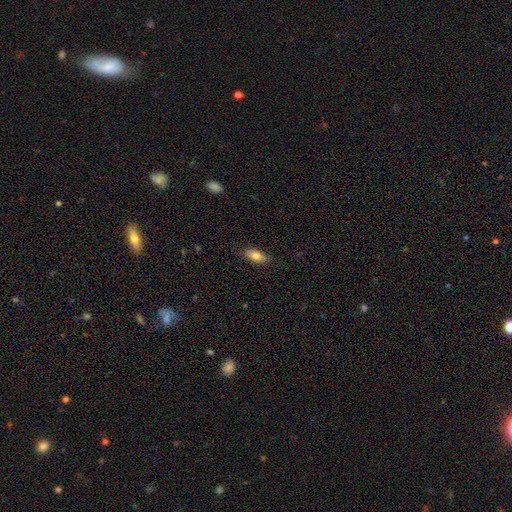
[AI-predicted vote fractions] Smooth or featured: smooth — 81% (featured or disk — 12%)
How rounded: in between — 86% (cigar-shaped — 11%)
Merging: none — 84% (minor disturbance — 12%)